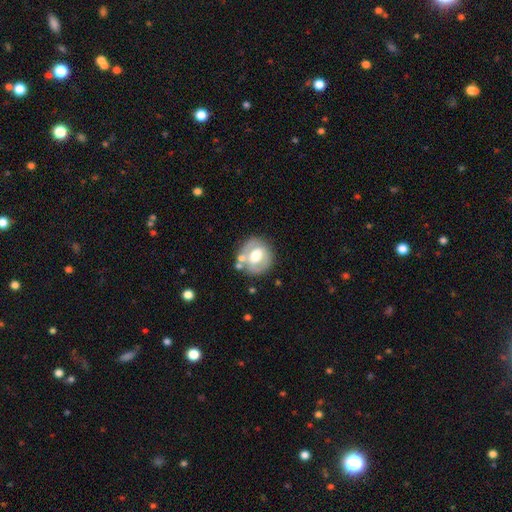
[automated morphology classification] Smooth or featured: featured or disk — 51% (smooth — 42%)
Edge-on disk: no — 94% (yes — 6%)
Merging: none — 69% (minor disturbance — 16%)